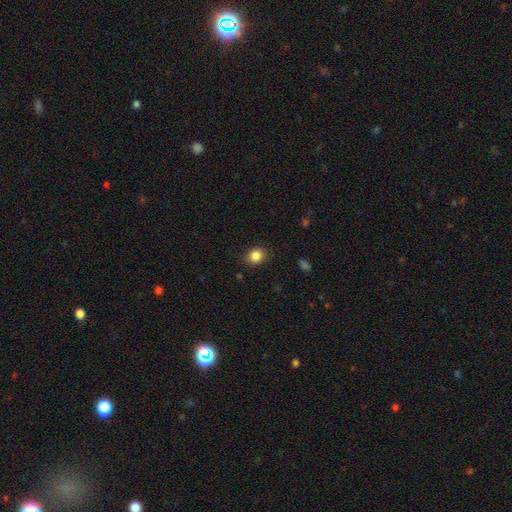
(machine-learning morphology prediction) Q: Smooth or featured?
A: smooth (85%); runner-up: star or artifact (10%)
Q: How rounded?
A: round (64%); runner-up: in between (35%)
Q: Merging?
A: none (86%); runner-up: minor disturbance (10%)